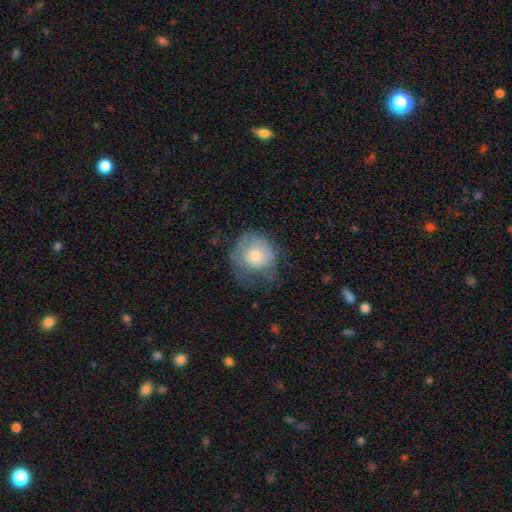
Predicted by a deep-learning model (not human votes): smooth_or_featured: smooth (p=0.60) [alt: featured or disk p=0.32]
how_rounded: round (p=0.84) [alt: in between p=0.16]
merging: none (p=0.46) [alt: minor disturbance p=0.30]